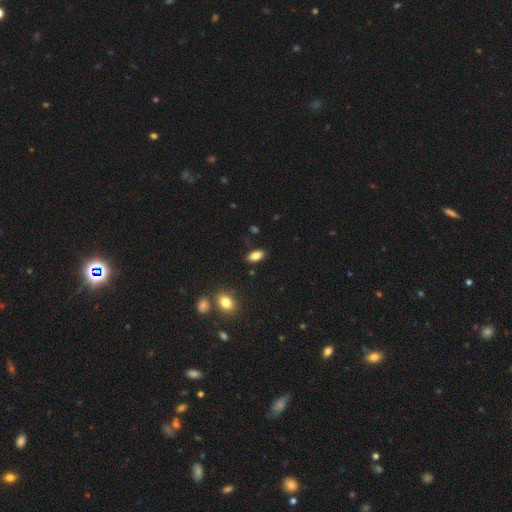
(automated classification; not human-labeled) Smooth or featured?
  - smooth: 85% *
  - star or artifact: 9%
  - featured or disk: 7%
How rounded?
  - in between: 91% *
  - cigar-shaped: 5%
  - round: 4%
Merging?
  - none: 86% *
  - minor disturbance: 10%
  - major disturbance: 2%
  - merger: 2%